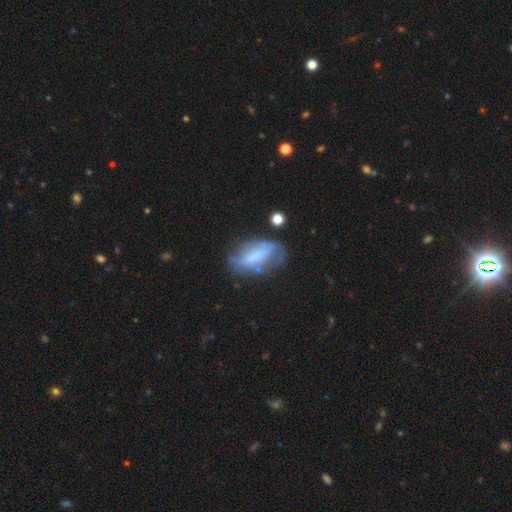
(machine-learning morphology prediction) This appears to be a featured or disk galaxy (48%). Merging: none (48%).